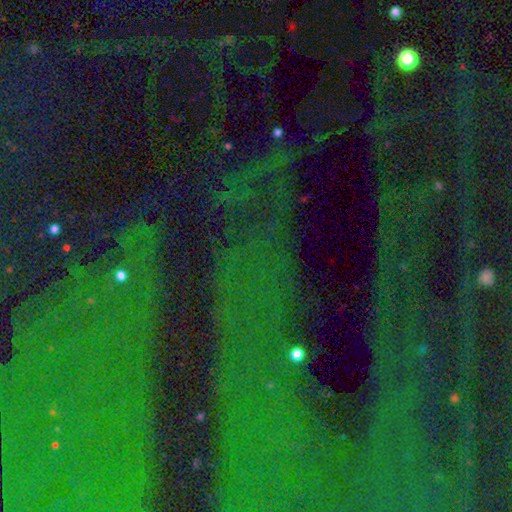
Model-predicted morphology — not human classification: This is clearly a star or artifact rather than a galaxy (81%).